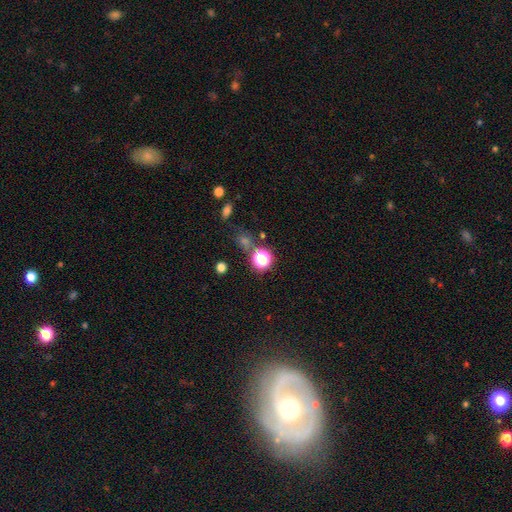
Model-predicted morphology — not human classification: A featured or disk galaxy (57%) with no bar (59%), spiral arms (65%) and a moderate central bulge (63%). Merging: none (74%).